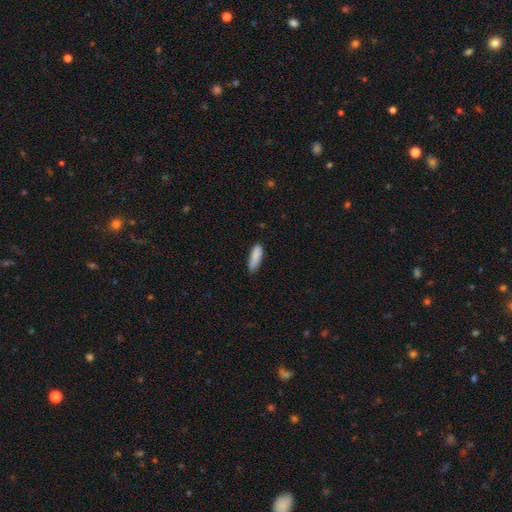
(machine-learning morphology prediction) Smooth or featured? Predicted: smooth (p=0.86). How rounded? Predicted: in between (p=0.53). Merging? Predicted: none (p=0.66).